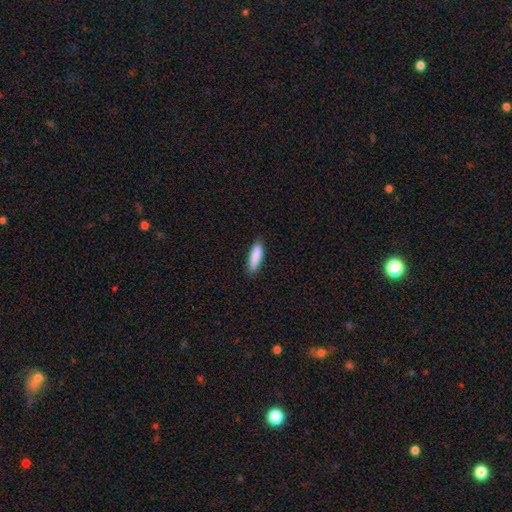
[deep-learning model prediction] smooth-or-featured: smooth: 88% | featured or disk: 7% | star or artifact: 6%
  how-rounded: cigar-shaped: 66% | in between: 33% | round: 1%
  merging: none: 87% | minor disturbance: 10% | major disturbance: 2% | merger: 1%